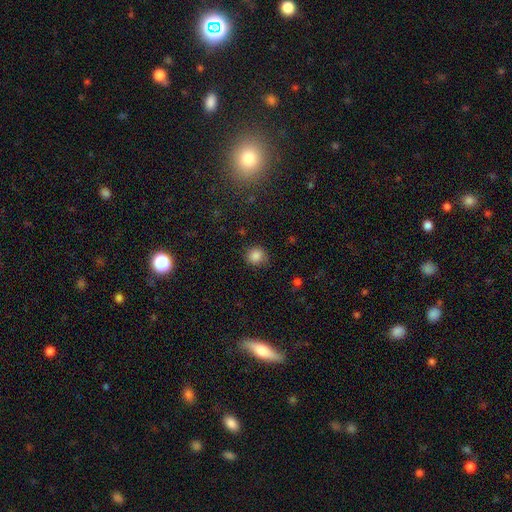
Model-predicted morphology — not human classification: Smooth or featured: smooth — 85% (star or artifact — 11%)
How rounded: round — 88% (in between — 11%)
Merging: none — 80% (minor disturbance — 15%)